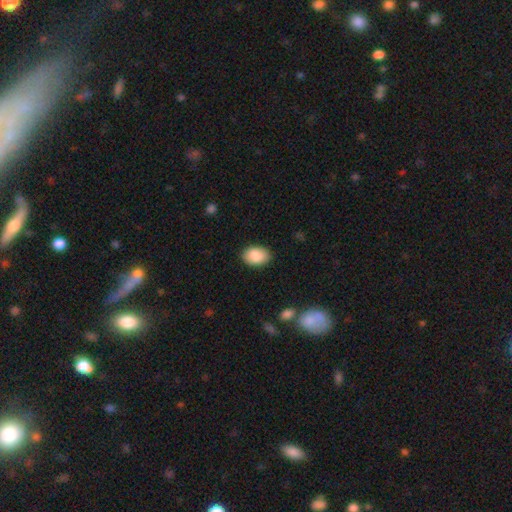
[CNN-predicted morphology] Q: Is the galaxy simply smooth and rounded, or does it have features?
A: smooth — 88%.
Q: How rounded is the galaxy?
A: in between — 84%.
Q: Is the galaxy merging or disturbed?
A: none — 88%.